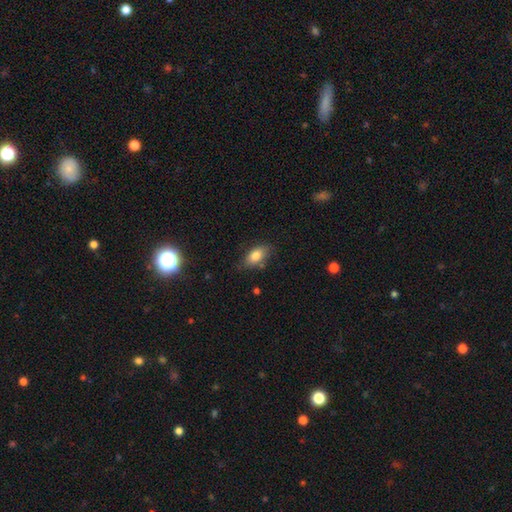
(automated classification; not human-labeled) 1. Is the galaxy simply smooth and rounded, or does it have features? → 80% smooth, 12% featured or disk, 8% star or artifact.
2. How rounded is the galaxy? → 88% in between, 6% round, 6% cigar-shaped.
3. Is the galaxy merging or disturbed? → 73% none, 20% minor disturbance, 4% major disturbance, 3% merger.